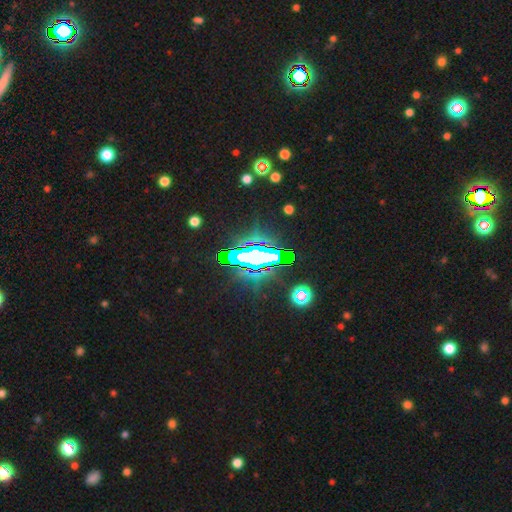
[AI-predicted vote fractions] Smooth or featured? star or artifact (67%)